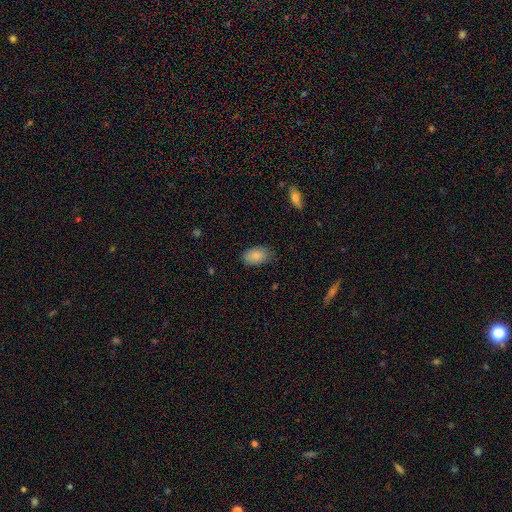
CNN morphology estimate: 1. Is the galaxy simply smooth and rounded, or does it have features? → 87% smooth, 7% star or artifact, 6% featured or disk.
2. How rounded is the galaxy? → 92% in between, 7% round, 1% cigar-shaped.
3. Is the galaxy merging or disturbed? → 76% none, 19% minor disturbance, 4% major disturbance, 1% merger.